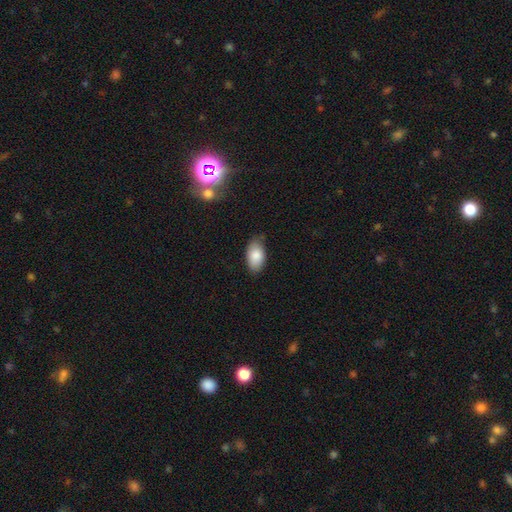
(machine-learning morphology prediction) smooth_or_featured: smooth (p=0.85) [alt: featured or disk p=0.09]
how_rounded: in between (p=0.94) [alt: round p=0.04]
merging: none (p=0.72) [alt: minor disturbance p=0.23]